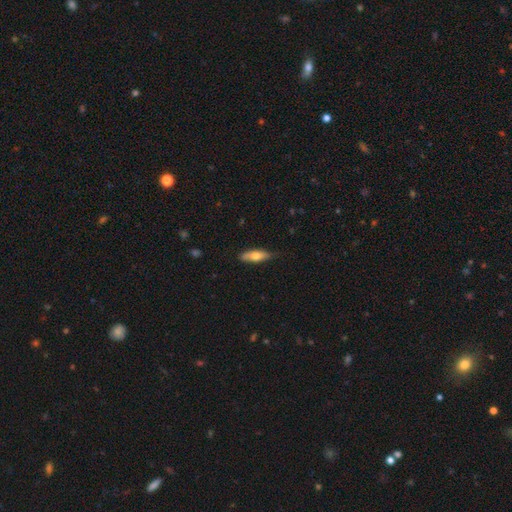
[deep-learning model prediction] Smooth or featured: smooth — 65% (featured or disk — 30%)
How rounded: cigar-shaped — 49% (in between — 48%)
Merging: none — 75% (minor disturbance — 21%)